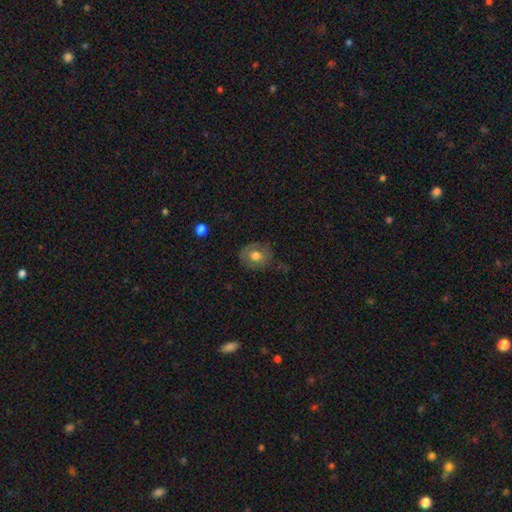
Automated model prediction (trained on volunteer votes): A smooth galaxy with no disk features (61%) that is round (59%).

Vote fractions:
- Smooth or featured? smooth: 61% / featured or disk: 30% / star or artifact: 9%
- How rounded? round: 59% / in between: 40% / cigar-shaped: 1%
- Merging? none: 66% / minor disturbance: 23% / major disturbance: 9% / merger: 2%